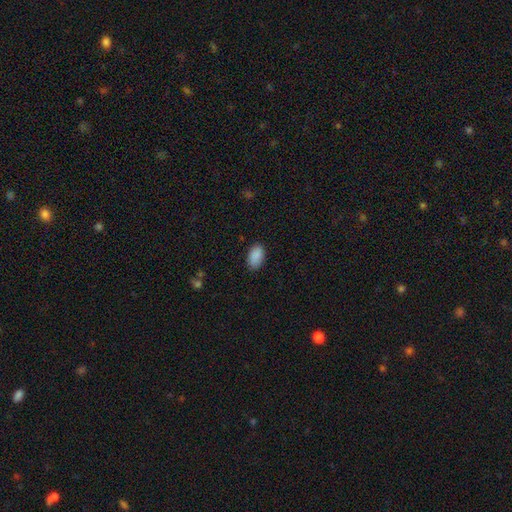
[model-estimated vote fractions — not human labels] Smooth or featured? Predicted: smooth (p=0.90). How rounded? Predicted: in between (p=0.94). Merging? Predicted: none (p=0.85).